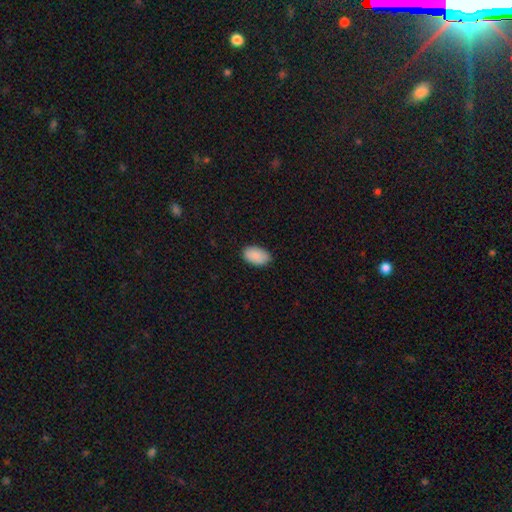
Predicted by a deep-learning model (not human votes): Q: Smooth or featured?
A: smooth (90%); runner-up: star or artifact (6%)
Q: How rounded?
A: in between (93%); runner-up: round (6%)
Q: Merging?
A: none (86%); runner-up: minor disturbance (11%)